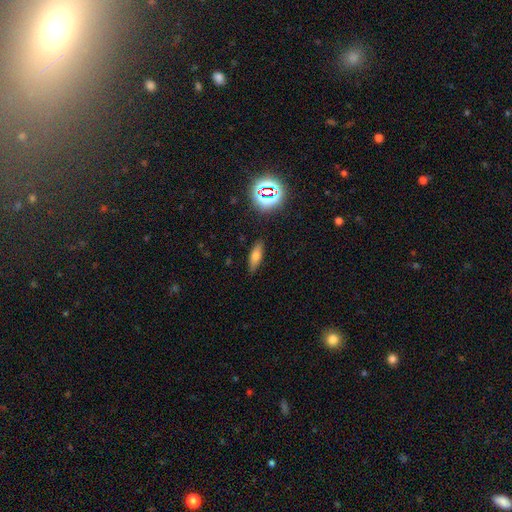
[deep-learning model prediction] Smooth or featured? Predicted: smooth (p=0.66). How rounded? Predicted: in between (p=0.63). Merging? Predicted: none (p=0.86).